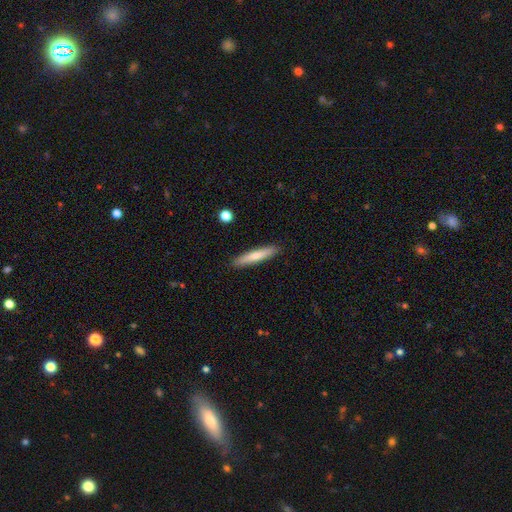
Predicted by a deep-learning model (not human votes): smooth_or_featured: smooth (p=0.68) [alt: featured or disk p=0.26]
how_rounded: cigar-shaped (p=0.91) [alt: in between p=0.08]
merging: none (p=0.90) [alt: minor disturbance p=0.07]